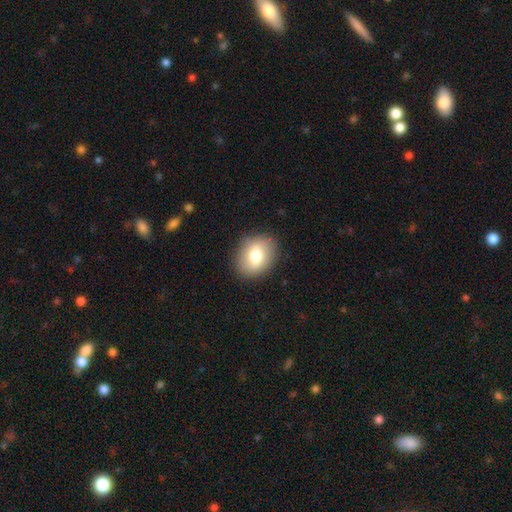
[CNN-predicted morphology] This appears to be a smooth galaxy with no disk features (74%) that is in between round and cigar-shaped (54%). Merging: none (87%).